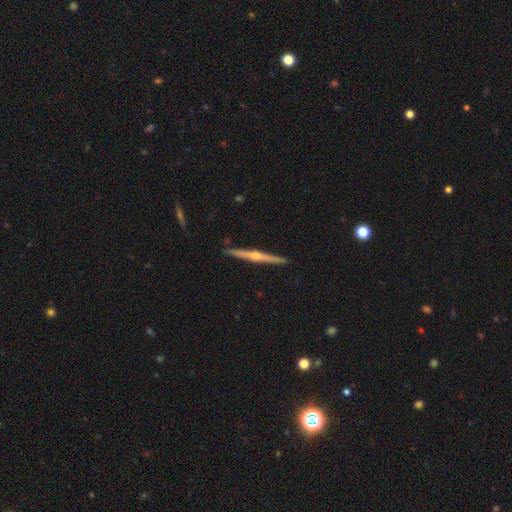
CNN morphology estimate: A featured or disk galaxy (81%) viewed edge-on (98%) with a rounded central bulge (89%). Merging: none (92%).